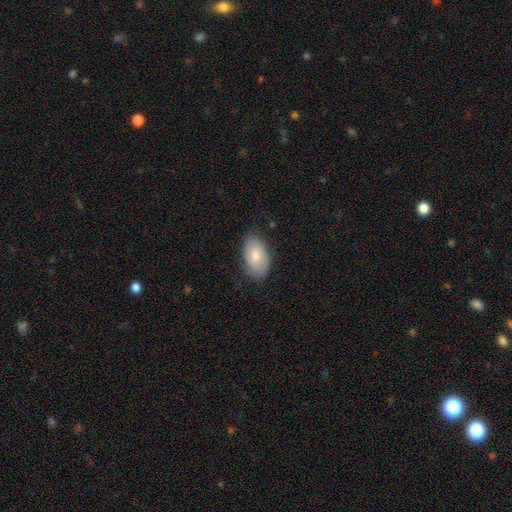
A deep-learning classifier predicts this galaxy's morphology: Smooth or featured?
  - smooth: 77% *
  - featured or disk: 16%
  - star or artifact: 6%
How rounded?
  - in between: 93% *
  - round: 6%
  - cigar-shaped: 1%
Merging?
  - none: 78% *
  - minor disturbance: 17%
  - major disturbance: 3%
  - merger: 1%